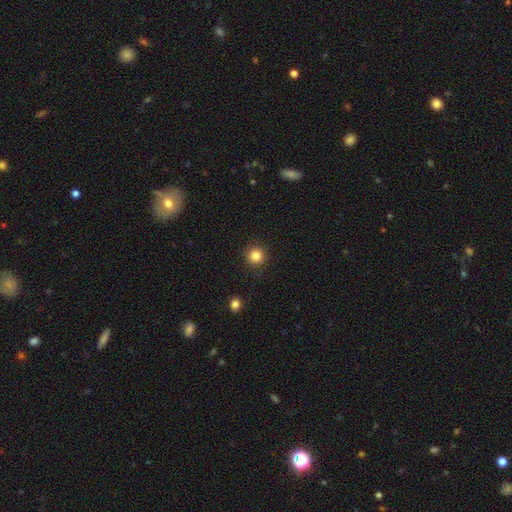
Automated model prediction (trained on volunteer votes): A smooth galaxy with no disk features (84%) that is round (95%).

Vote fractions:
- Smooth or featured? smooth: 84% / star or artifact: 11% / featured or disk: 5%
- How rounded? round: 95% / in between: 4% / cigar-shaped: 1%
- Merging? none: 92% / minor disturbance: 5% / major disturbance: 2% / merger: 1%